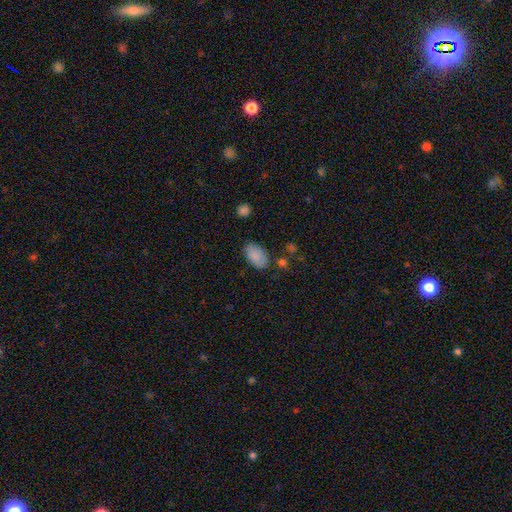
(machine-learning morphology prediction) type=smooth (88%); roundness=in between (93%); merging=none (79%).